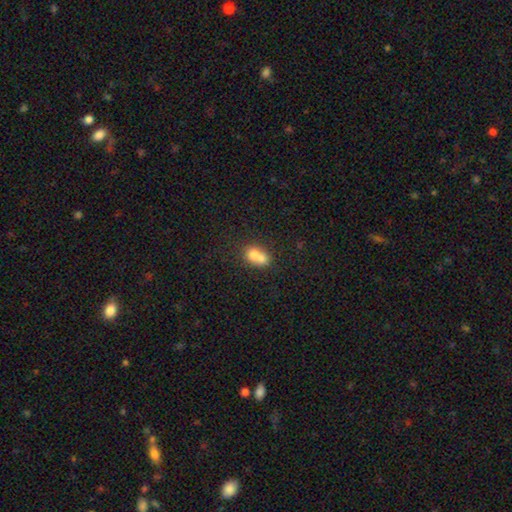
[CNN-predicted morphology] Smooth or featured: smooth — 71% (featured or disk — 19%)
How rounded: round — 51% (in between — 47%)
Merging: merger — 63% (none — 25%)